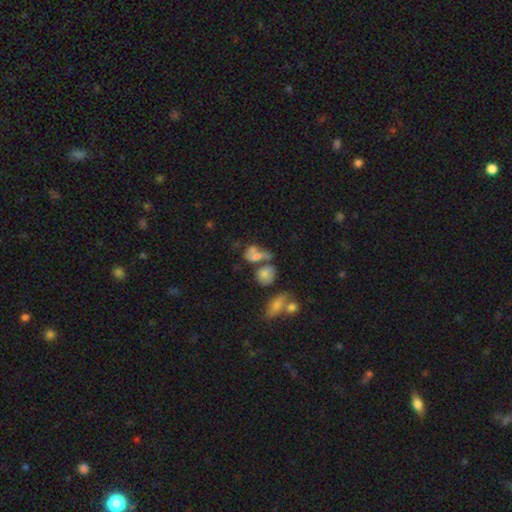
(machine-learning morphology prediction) Smooth or featured? Predicted: smooth (p=0.49). Merging? Predicted: merger (p=0.44).